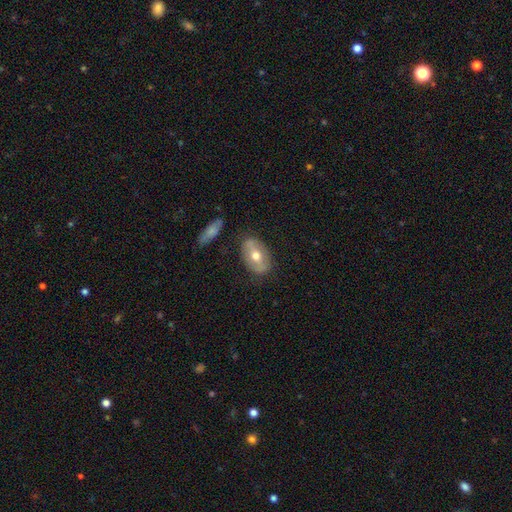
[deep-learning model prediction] This appears to be a featured or disk galaxy (48%). Merging: none (79%).